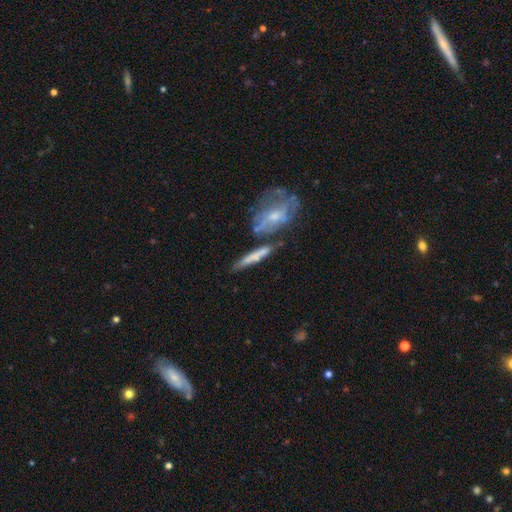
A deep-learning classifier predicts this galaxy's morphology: A smooth galaxy with no disk features (56%) that is cigar-shaped (82%). Merging: none (55%).